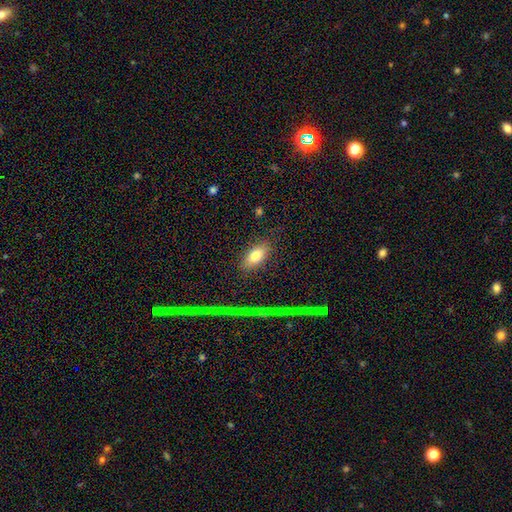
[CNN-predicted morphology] Smooth or featured?
  - smooth: 79% *
  - featured or disk: 13%
  - star or artifact: 8%
How rounded?
  - in between: 88% *
  - cigar-shaped: 7%
  - round: 5%
Merging?
  - none: 82% *
  - minor disturbance: 12%
  - major disturbance: 3%
  - merger: 2%